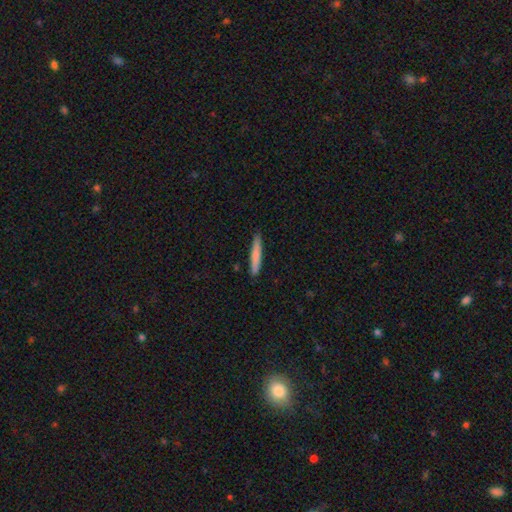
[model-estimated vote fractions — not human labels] Smooth or featured?
  - smooth: 75% *
  - featured or disk: 20%
  - star or artifact: 6%
How rounded?
  - cigar-shaped: 94% *
  - in between: 4%
  - round: 1%
Merging?
  - none: 89% *
  - minor disturbance: 8%
  - major disturbance: 1%
  - merger: 1%